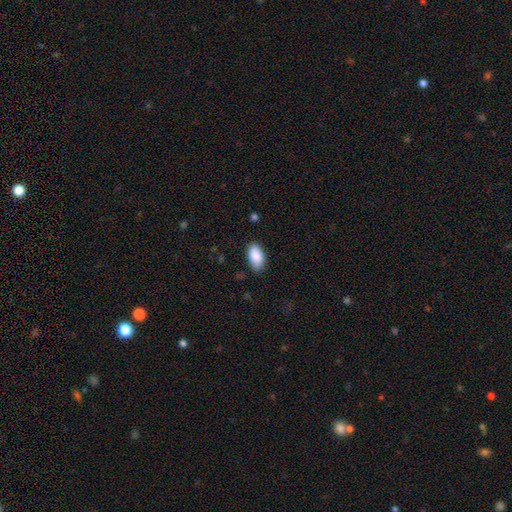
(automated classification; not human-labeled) The model was most divided on "merging": none: 81%, minor disturbance: 15%, major disturbance: 3%, merger: 1%. More confident: how rounded — in between (94%); smooth or featured — smooth (89%).